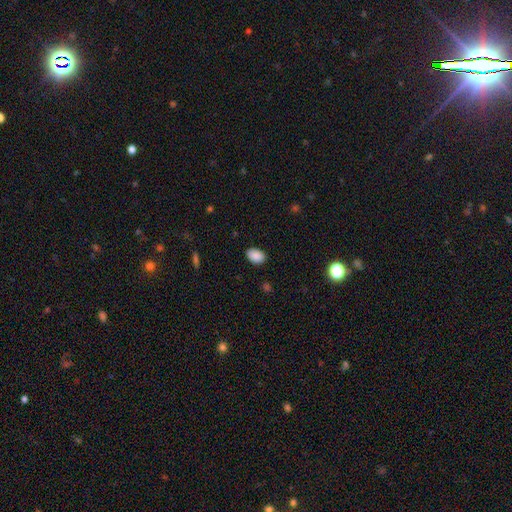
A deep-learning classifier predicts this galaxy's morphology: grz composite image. It shows a smooth galaxy with no disk features (89%) that is in between round and cigar-shaped (86%). Merging: none (87%).